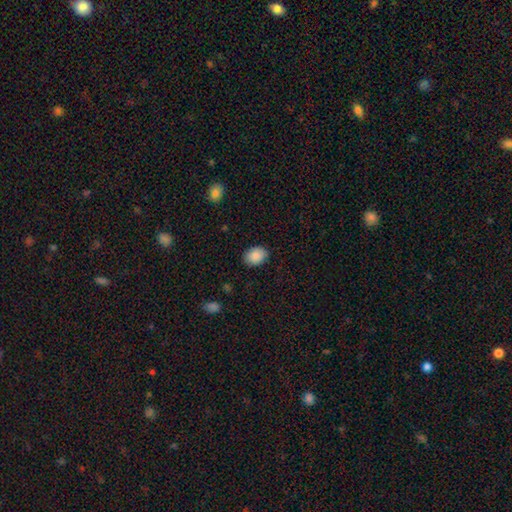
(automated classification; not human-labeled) This appears to be a smooth galaxy with no disk features (89%) that is in between round and cigar-shaped (65%). Merging: none (86%).